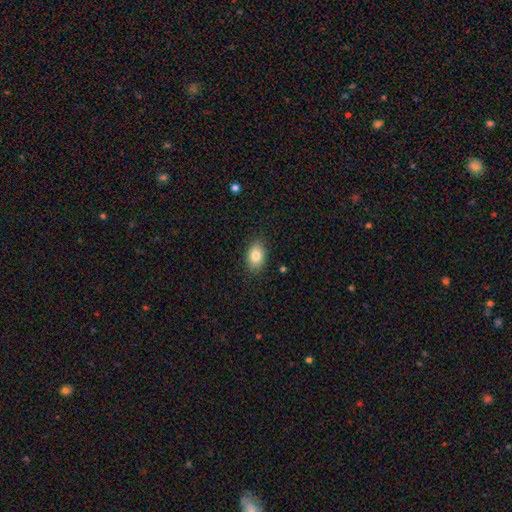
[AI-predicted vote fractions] Smooth or featured? smooth (83%)
How rounded? in between (84%)
Merging? none (84%)